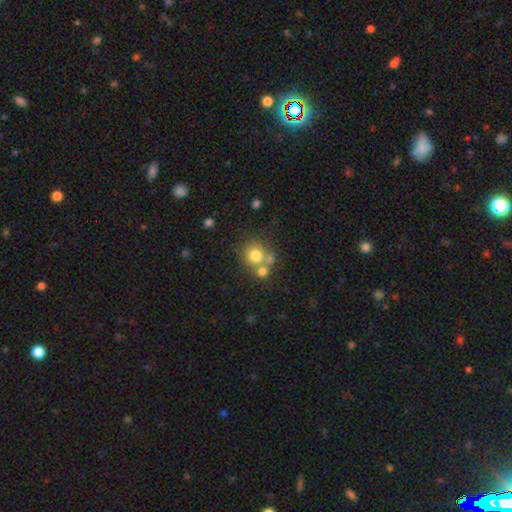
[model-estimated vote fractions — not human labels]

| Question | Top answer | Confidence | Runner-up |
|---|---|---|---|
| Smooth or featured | smooth | 74% | featured or disk (14%) |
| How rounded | round | 88% | in between (11%) |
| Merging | none | 51% | merger (36%) |